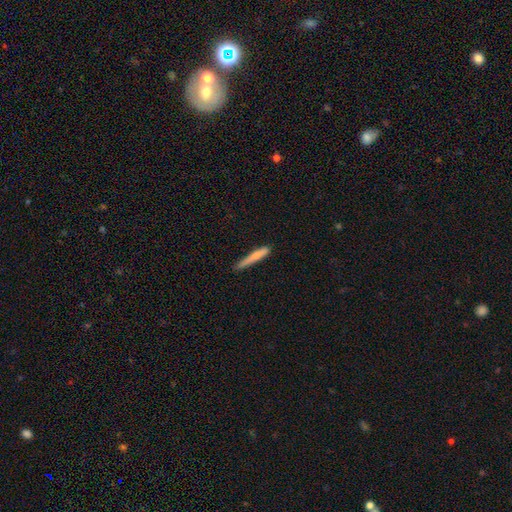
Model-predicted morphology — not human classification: Smooth or featured? smooth (73%)
How rounded? cigar-shaped (95%)
Merging? none (73%)